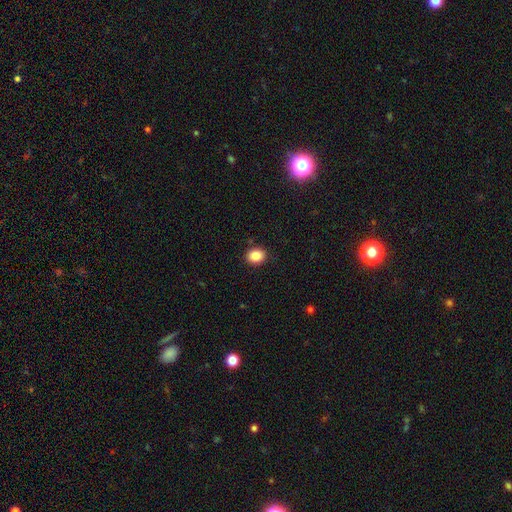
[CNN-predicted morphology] smooth-or-featured: smooth: 87% | star or artifact: 9% | featured or disk: 4%
  how-rounded: round: 57% | in between: 42% | cigar-shaped: 1%
  merging: none: 89% | minor disturbance: 8% | major disturbance: 2% | merger: 1%